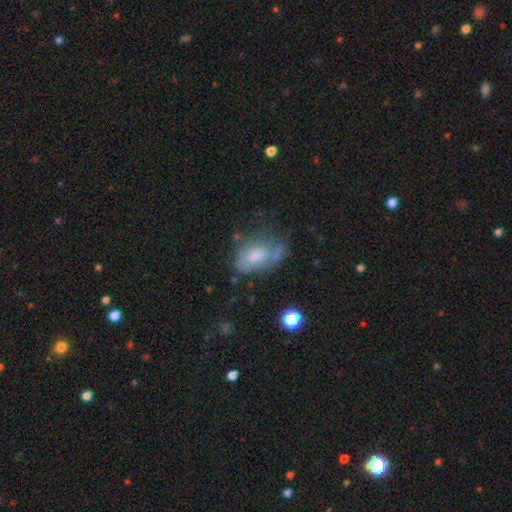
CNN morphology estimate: A smooth galaxy with no disk features (56%) that is in between round and cigar-shaped (86%). Merging: none (39%).